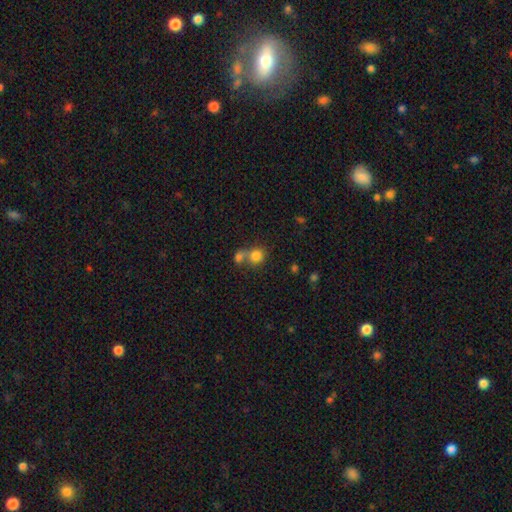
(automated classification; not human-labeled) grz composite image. It shows a smooth galaxy with no disk features (78%) that is round (76%). Merging: merger (53%).